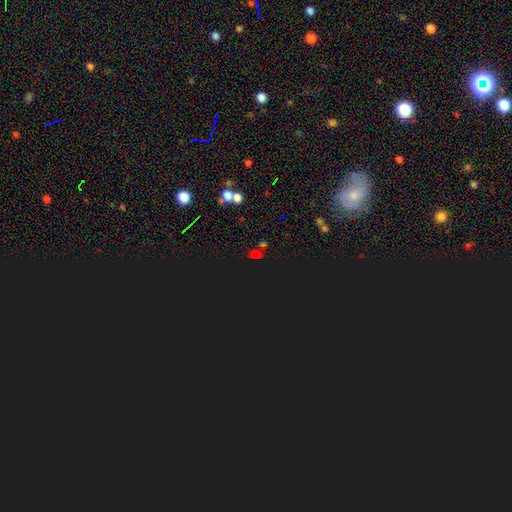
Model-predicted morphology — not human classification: Overall: star or artifact (64%; smooth 28%).